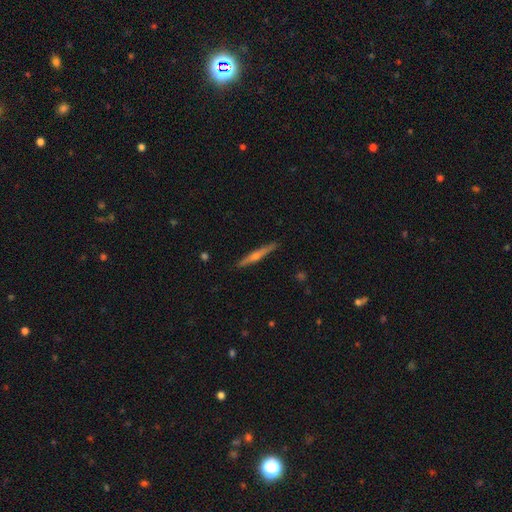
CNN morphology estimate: A featured or disk galaxy (71%) viewed edge-on (98%) with a rounded central bulge (86%).

Vote fractions:
- Smooth or featured? featured or disk: 71% / smooth: 23% / star or artifact: 6%
- Edge-on disk? yes: 98% / no: 2%
- Edge-on bulge? rounded: 86% / none: 10% / boxy: 4%
- Merging? none: 91% / minor disturbance: 6% / major disturbance: 1% / merger: 1%